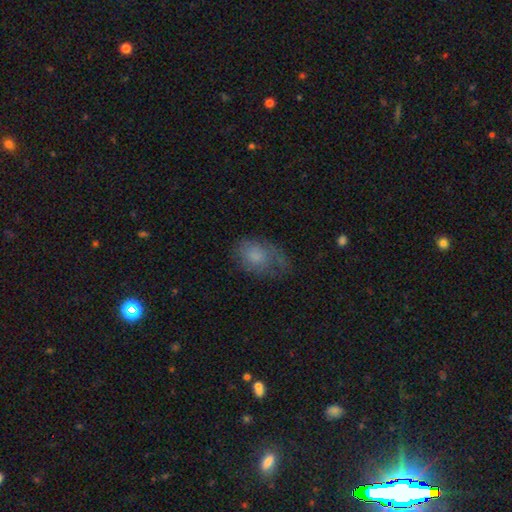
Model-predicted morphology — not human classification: Q: Smooth or featured?
A: smooth (70%); runner-up: featured or disk (21%)
Q: How rounded?
A: in between (84%); runner-up: round (15%)
Q: Merging?
A: none (45%); runner-up: minor disturbance (31%)